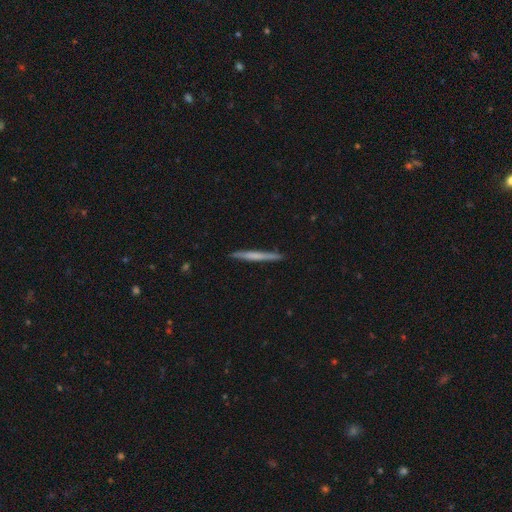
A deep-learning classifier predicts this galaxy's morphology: smooth_or_featured: smooth (p=0.51) [alt: featured or disk p=0.43]
how_rounded: cigar-shaped (p=0.97) [alt: in between p=0.02]
merging: none (p=0.91) [alt: minor disturbance p=0.07]